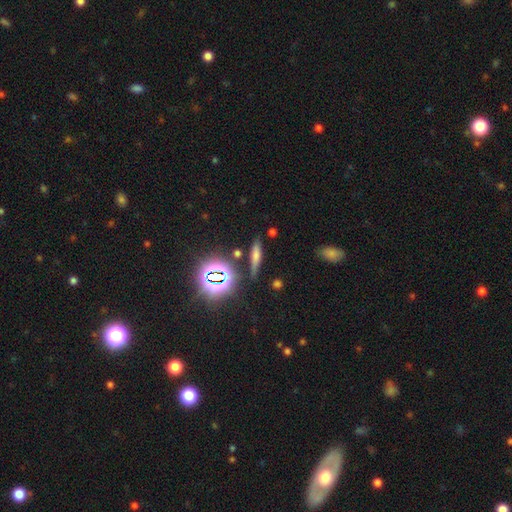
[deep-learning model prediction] smooth-or-featured: smooth: 54% | featured or disk: 23% | star or artifact: 23%
  how-rounded: cigar-shaped: 73% | in between: 19% | round: 8%
  merging: none: 77% | minor disturbance: 13% | merger: 6% | major disturbance: 4%